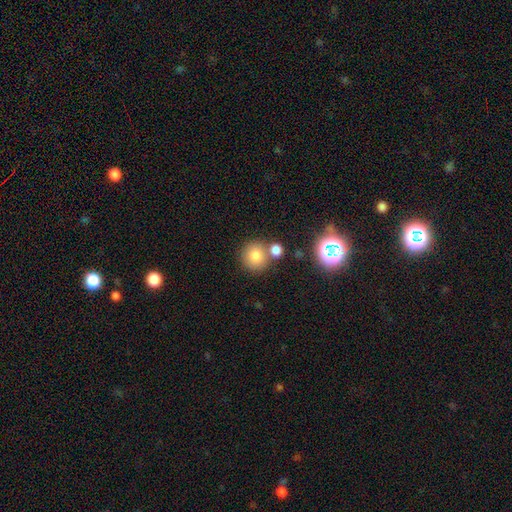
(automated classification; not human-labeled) smooth 81%, star or artifact 11%, featured or disk 7%. Down the decision tree: how rounded — round (89%); merging — none (64%).